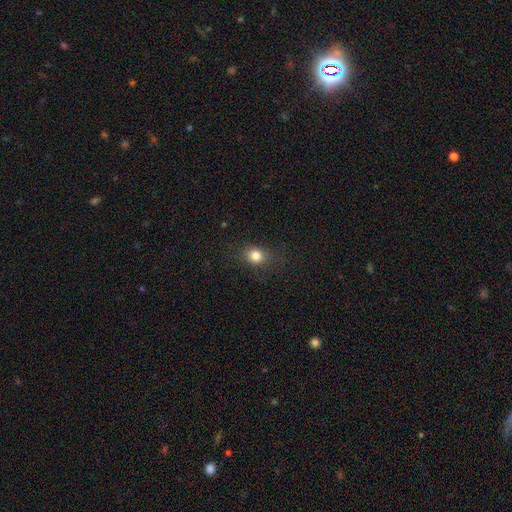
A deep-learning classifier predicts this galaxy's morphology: smooth_or_featured: smooth (p=0.81) [alt: star or artifact p=0.12]
how_rounded: round (p=0.58) [alt: in between p=0.40]
merging: none (p=0.80) [alt: minor disturbance p=0.14]